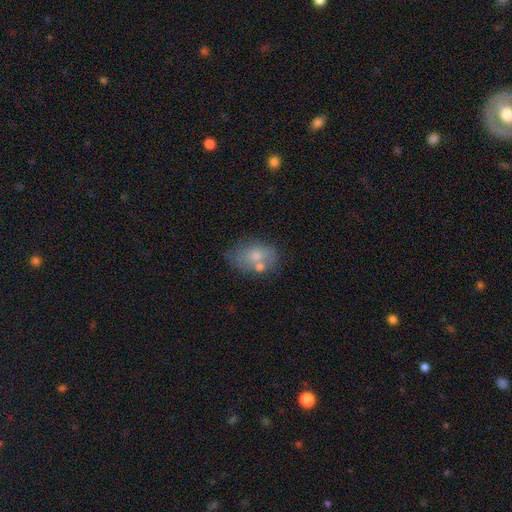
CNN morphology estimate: This is possibly a smooth galaxy (60%). How rounded: likely in between (79%). Merging: possibly none (47%).